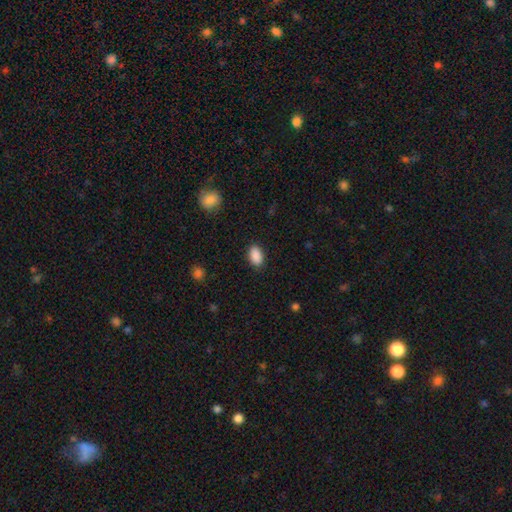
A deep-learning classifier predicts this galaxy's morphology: smooth 90%, star or artifact 8%, featured or disk 3%. Down the decision tree: how rounded — in between (91%); merging — none (87%).